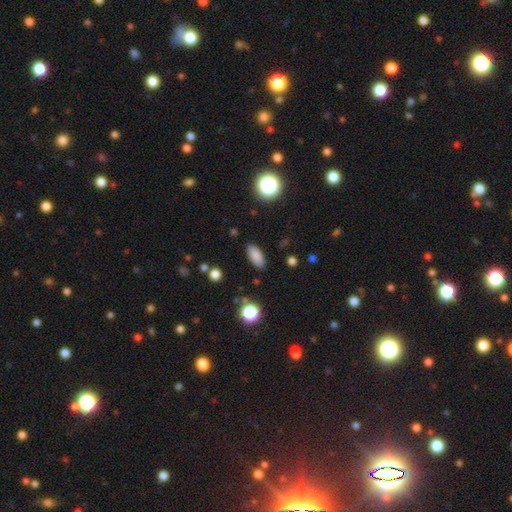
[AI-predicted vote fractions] Smooth or featured? Predicted: smooth (p=0.84). How rounded? Predicted: in between (p=0.85). Merging? Predicted: none (p=0.88).